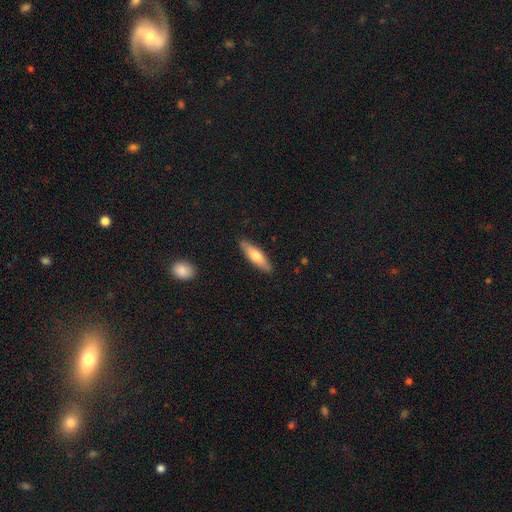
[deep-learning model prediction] Smooth or featured? Predicted: smooth (p=0.68). How rounded? Predicted: cigar-shaped (p=0.56). Merging? Predicted: none (p=0.87).